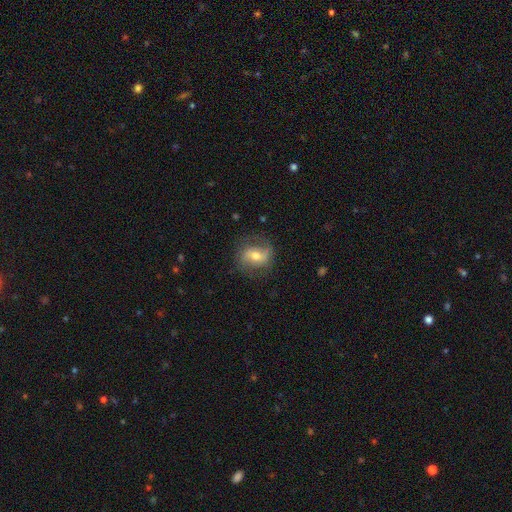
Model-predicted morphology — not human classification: A featured or disk galaxy (63%) with a weak bar (44%), 2 (82%) medium (42%) spiral arms (84%) and a moderate central bulge (70%).

Vote fractions:
- Smooth or featured? featured or disk: 63% / smooth: 30% / star or artifact: 7%
- Edge-on disk? no: 96% / yes: 4%
- Bar? weak: 44% / no: 31% / strong: 25%
- Spiral arms? yes: 84% / no: 16%
- Spiral winding? medium: 42% / loose: 39% / tight: 19%
- Spiral arm count? 2: 82% / can't tell: 8% / 1: 7% / 3: 1% / 4: 1% / more than 4: 1%
- Bulge size? moderate: 70% / small: 21% / large: 7% / none: 1% / dominant: 1%
- Merging? none: 74% / minor disturbance: 17% / major disturbance: 8% / merger: 1%